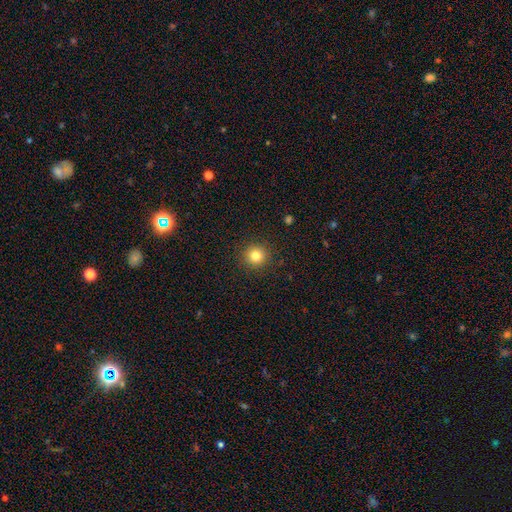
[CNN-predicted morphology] Smooth or featured: smooth — 81% (star or artifact — 13%)
How rounded: round — 95% (in between — 4%)
Merging: none — 92% (minor disturbance — 5%)